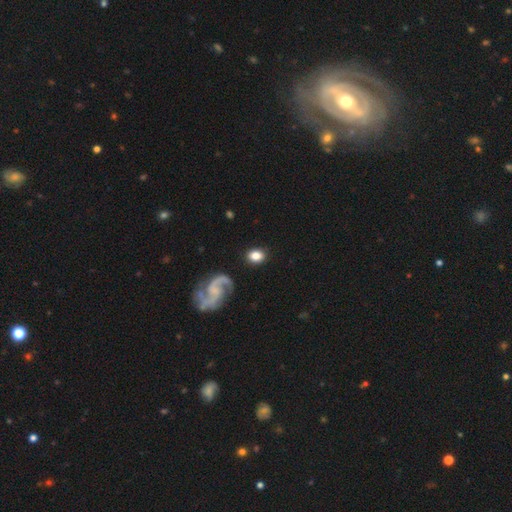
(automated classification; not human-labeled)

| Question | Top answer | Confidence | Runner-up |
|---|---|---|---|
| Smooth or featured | smooth | 69% | featured or disk (23%) |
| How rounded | in between | 58% | round (41%) |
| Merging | none | 84% | minor disturbance (10%) |